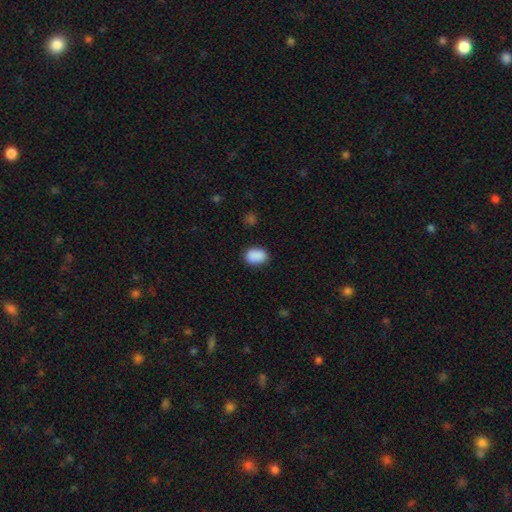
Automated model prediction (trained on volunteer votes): smooth 90%, star or artifact 8%, featured or disk 3%. Down the decision tree: how rounded — in between (81%); merging — none (86%).